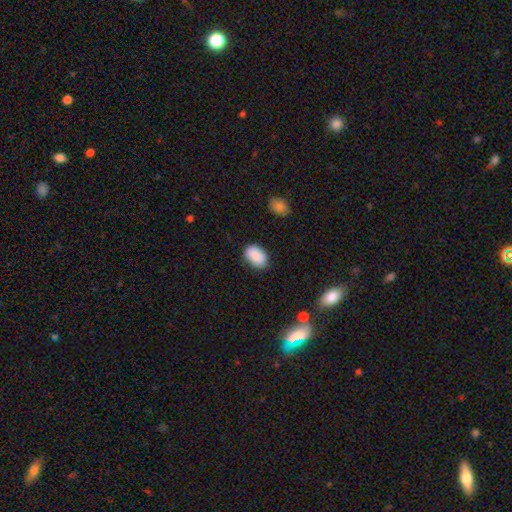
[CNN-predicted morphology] A smooth galaxy with no disk features (89%) that is in between round and cigar-shaped (87%).

Vote fractions:
- Smooth or featured? smooth: 89% / star or artifact: 7% / featured or disk: 4%
- How rounded? in between: 87% / round: 11% / cigar-shaped: 1%
- Merging? none: 81% / minor disturbance: 15% / major disturbance: 3% / merger: 2%